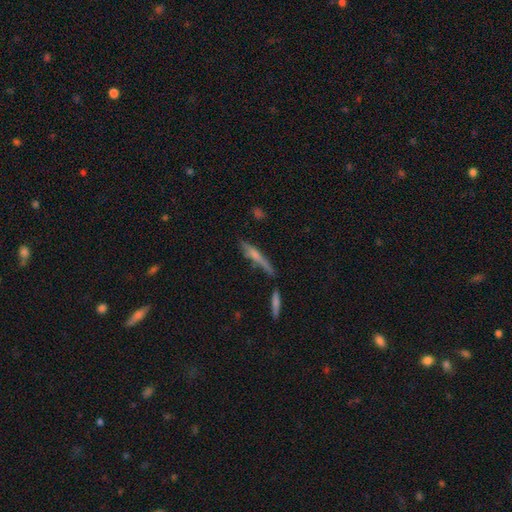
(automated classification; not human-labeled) The model was most divided on "smooth or featured": smooth: 46%, featured or disk: 45%, star or artifact: 8%. More confident: merging — none (63%).